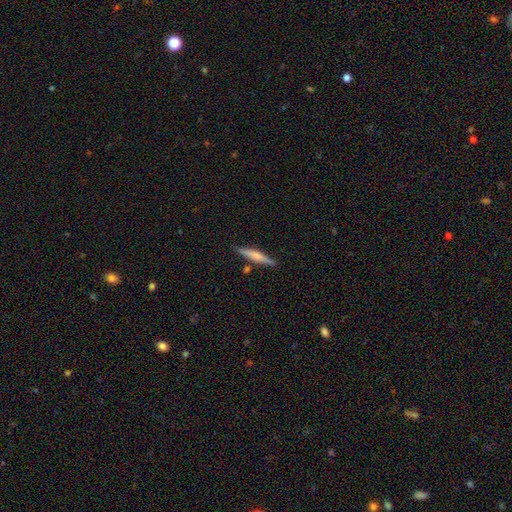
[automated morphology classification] smooth 51%, featured or disk 43%, star or artifact 6%. Down the decision tree: how rounded — cigar-shaped (91%); merging — none (84%).